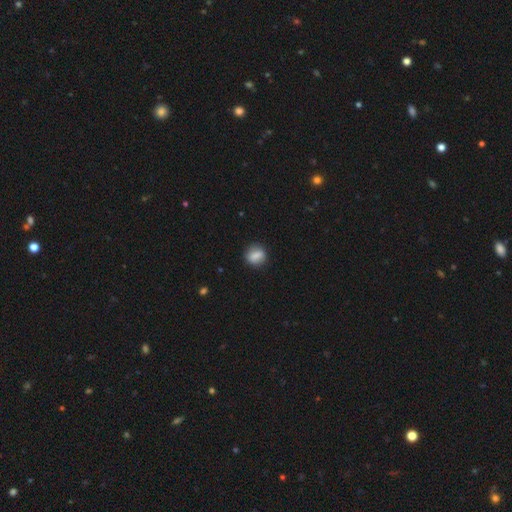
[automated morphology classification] This is likely a smooth galaxy (76%). How rounded: likely round (62%). Merging: clearly none (82%).